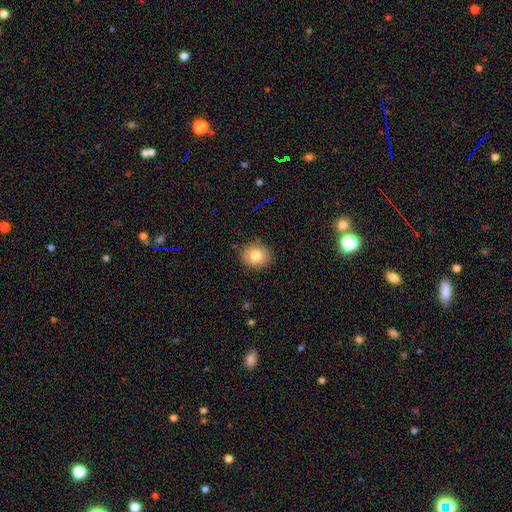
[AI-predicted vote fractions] smooth-or-featured: smooth: 79% | featured or disk: 12% | star or artifact: 10%
  how-rounded: round: 70% | in between: 29% | cigar-shaped: 1%
  merging: none: 88% | minor disturbance: 9% | major disturbance: 2% | merger: 1%